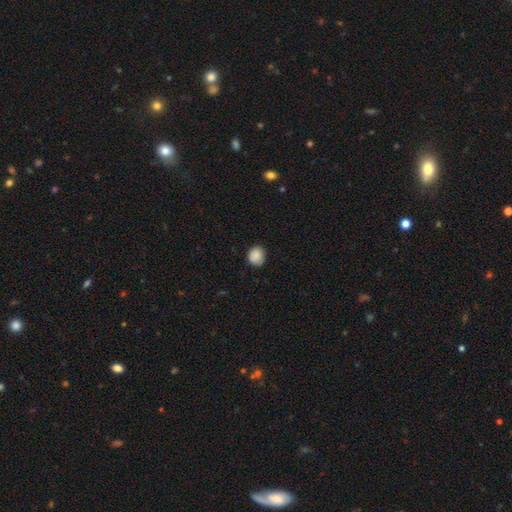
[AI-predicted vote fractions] The model was most divided on "how rounded": round: 78%, in between: 21%, cigar-shaped: 1%. More confident: smooth or featured — smooth (87%); merging — none (83%).